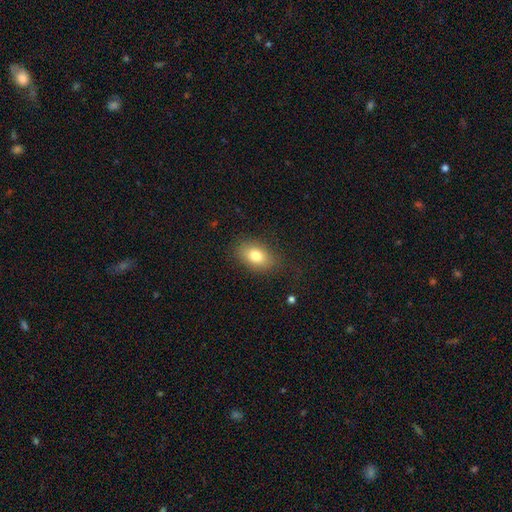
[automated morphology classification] This appears to be a smooth galaxy with no disk features (80%) that is in between round and cigar-shaped (85%). Merging: none (80%).